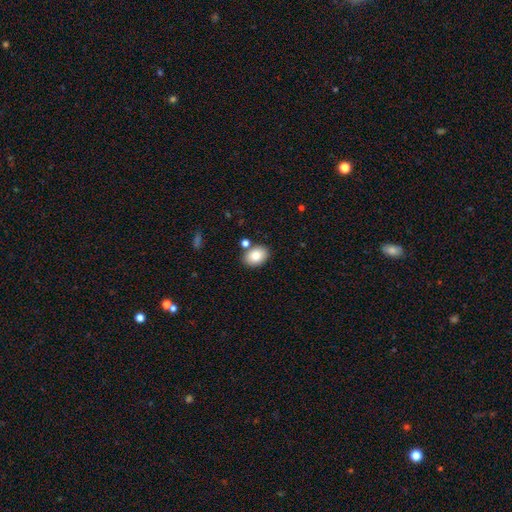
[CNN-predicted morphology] Smooth or featured?
  - smooth: 83% *
  - featured or disk: 9%
  - star or artifact: 8%
How rounded?
  - in between: 76% *
  - round: 23%
  - cigar-shaped: 1%
Merging?
  - none: 79% *
  - minor disturbance: 10%
  - merger: 8%
  - major disturbance: 2%